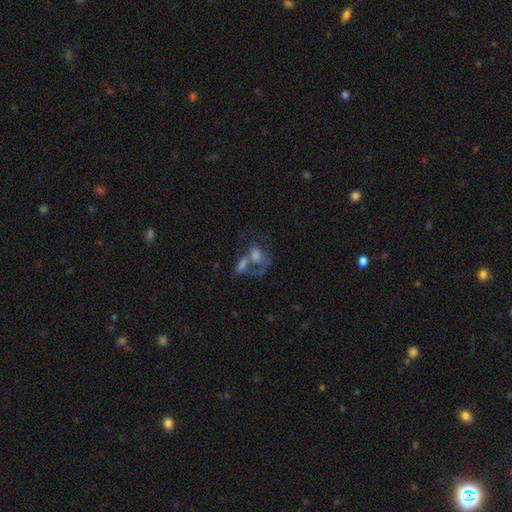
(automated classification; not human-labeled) smooth_or_featured: featured or disk (p=0.45) [alt: smooth p=0.39]
merging: merger (p=0.58) [alt: major disturbance p=0.18]